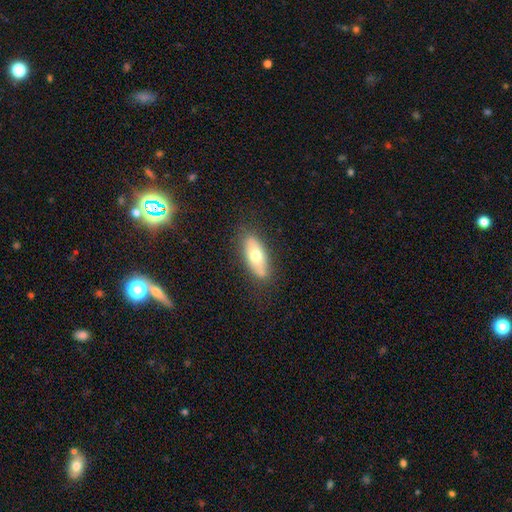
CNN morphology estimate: A smooth galaxy with no disk features (61%) that is in between round and cigar-shaped (80%).

Vote fractions:
- Smooth or featured? smooth: 61% / featured or disk: 32% / star or artifact: 7%
- How rounded? in between: 80% / cigar-shaped: 17% / round: 3%
- Merging? none: 81% / minor disturbance: 14% / major disturbance: 3% / merger: 2%